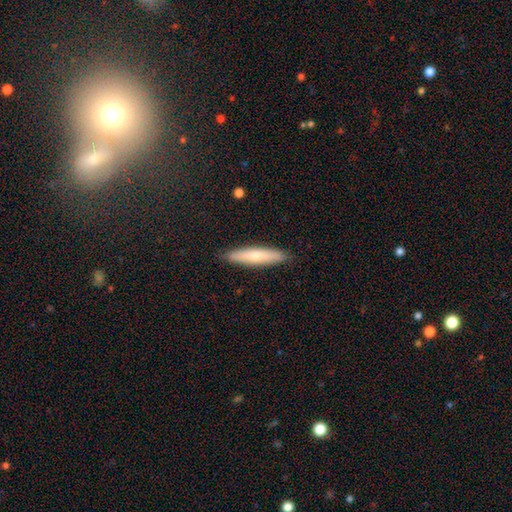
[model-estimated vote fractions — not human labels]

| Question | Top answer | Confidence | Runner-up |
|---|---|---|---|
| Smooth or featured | smooth | 73% | featured or disk (21%) |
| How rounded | cigar-shaped | 86% | in between (13%) |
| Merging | none | 89% | minor disturbance (8%) |